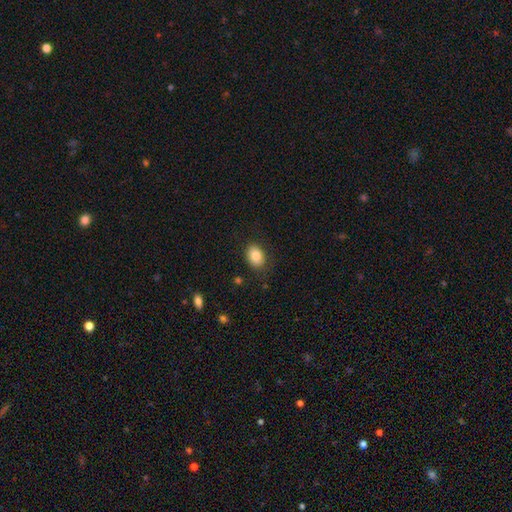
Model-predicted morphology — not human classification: smooth 84%, star or artifact 8%, featured or disk 8%. Down the decision tree: how rounded — in between (74%); merging — none (83%).